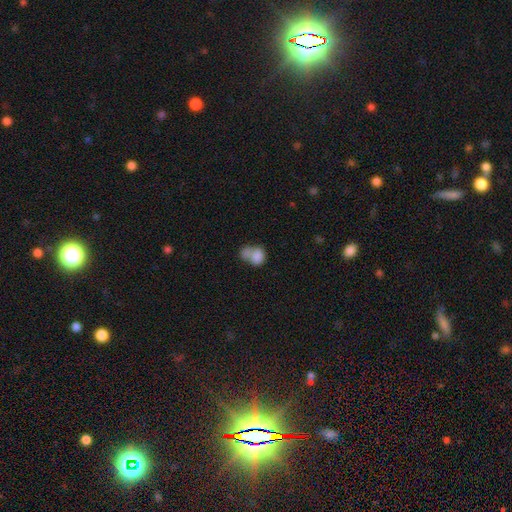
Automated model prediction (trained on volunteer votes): This appears to be a smooth galaxy with no disk features (80%) that is in between round and cigar-shaped (53%). Merging: merger (61%).